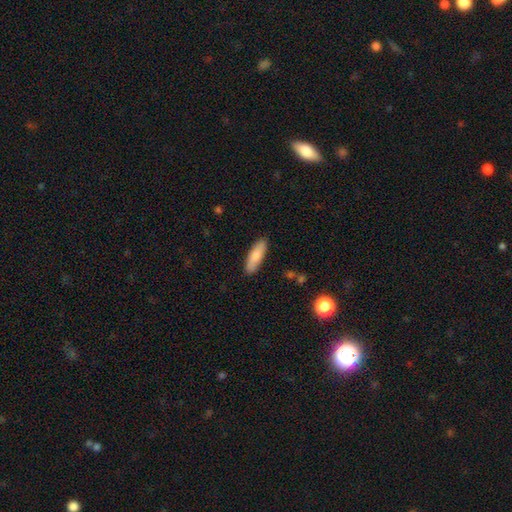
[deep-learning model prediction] Q: Smooth or featured?
A: smooth (81%); runner-up: featured or disk (14%)
Q: How rounded?
A: cigar-shaped (52%); runner-up: in between (46%)
Q: Merging?
A: none (88%); runner-up: minor disturbance (9%)